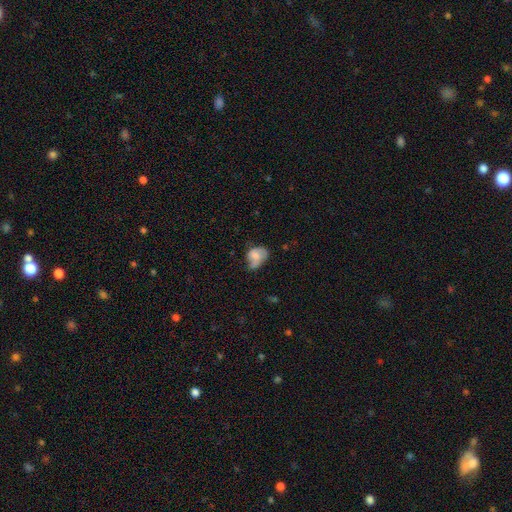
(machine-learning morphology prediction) Smooth or featured: smooth — 64% (featured or disk — 27%)
How rounded: in between — 70% (round — 29%)
Merging: minor disturbance — 39% (none — 31%)